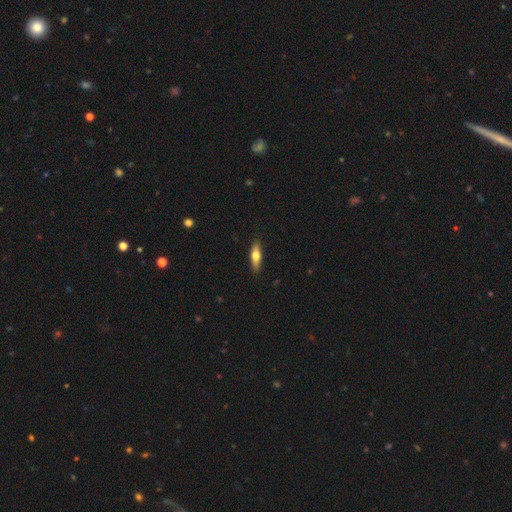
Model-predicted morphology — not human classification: A smooth galaxy with no disk features (57%) that is cigar-shaped (59%). Merging: none (88%).